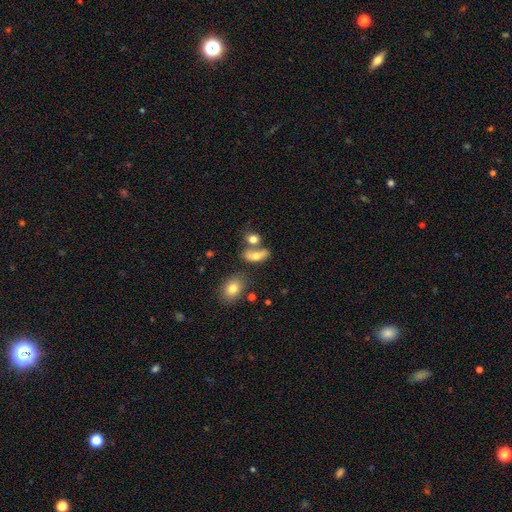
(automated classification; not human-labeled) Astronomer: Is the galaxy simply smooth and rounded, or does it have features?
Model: smooth — 67%.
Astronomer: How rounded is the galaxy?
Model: in between — 71%.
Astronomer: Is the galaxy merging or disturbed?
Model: none — 45% (runner-up: merger, 32%).